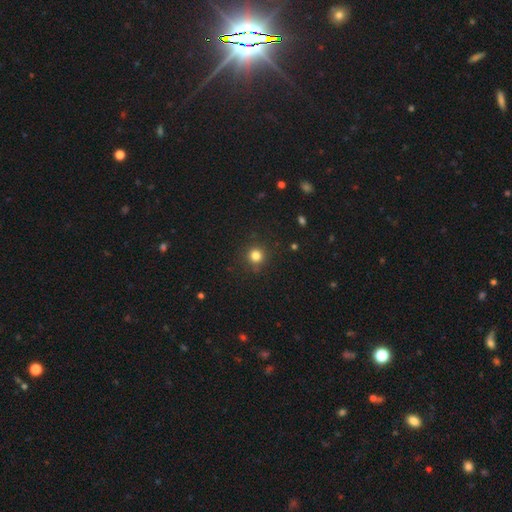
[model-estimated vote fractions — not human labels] smooth 81%, star or artifact 14%, featured or disk 5%. Down the decision tree: how rounded — round (93%); merging — none (89%).